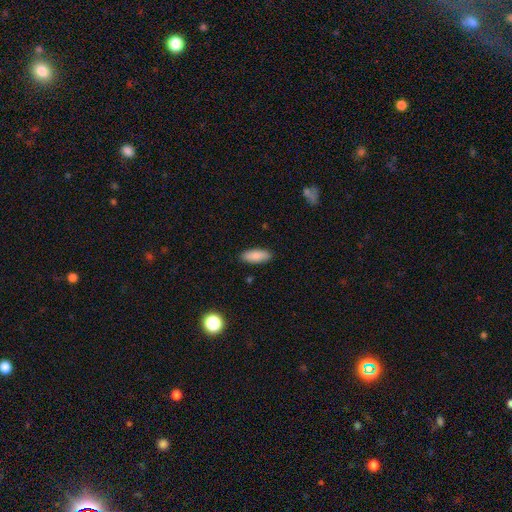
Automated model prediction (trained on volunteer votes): Smooth or featured? Predicted: smooth (p=0.87). How rounded? Predicted: in between (p=0.78). Merging? Predicted: none (p=0.89).